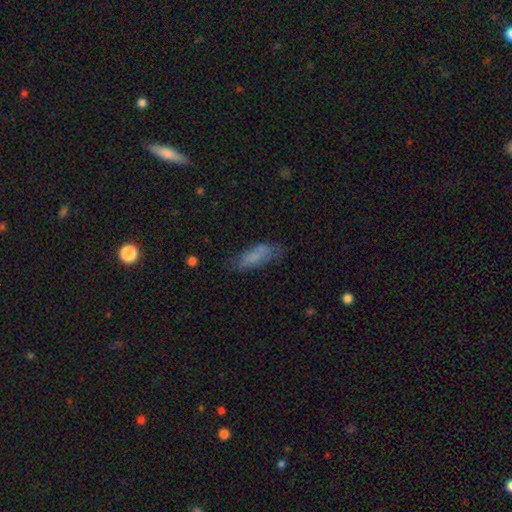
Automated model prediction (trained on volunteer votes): Smooth or featured? Predicted: smooth (p=0.73). How rounded? Predicted: in between (p=0.61). Merging? Predicted: none (p=0.60).